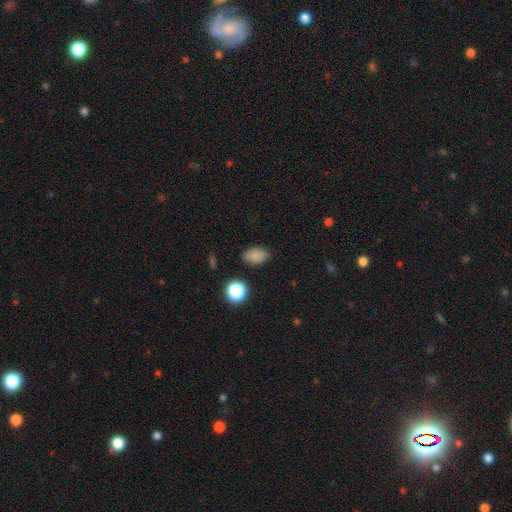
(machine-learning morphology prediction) This is clearly a smooth galaxy (82%). How rounded: clearly in between (85%). Merging: clearly none (84%).